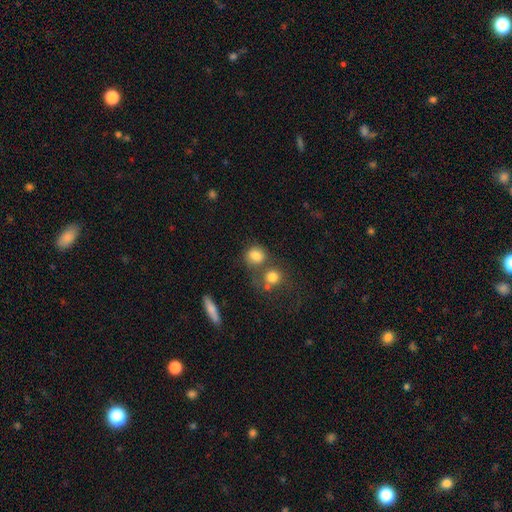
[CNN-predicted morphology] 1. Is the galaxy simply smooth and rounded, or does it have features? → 81% smooth, 11% star or artifact, 8% featured or disk.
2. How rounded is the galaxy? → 66% round, 32% in between, 2% cigar-shaped.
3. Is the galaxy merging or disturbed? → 53% none, 28% merger, 13% minor disturbance, 6% major disturbance.